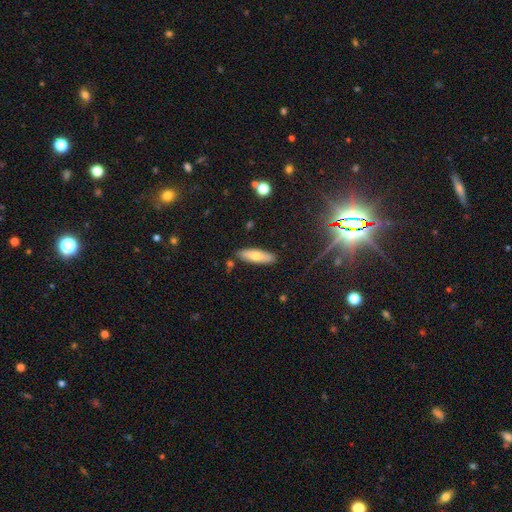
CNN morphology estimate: This appears to be a smooth galaxy with no disk features (68%) that is cigar-shaped (54%). Merging: none (85%).